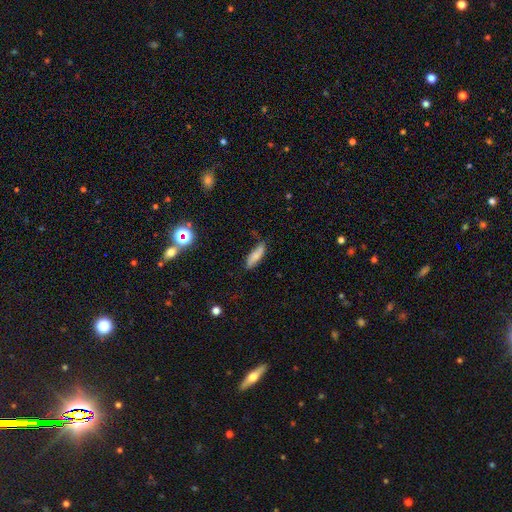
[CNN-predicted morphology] The model was most divided on "how rounded": cigar-shaped: 54%, in between: 44%, round: 2%. More confident: smooth or featured — smooth (74%); merging — none (68%).